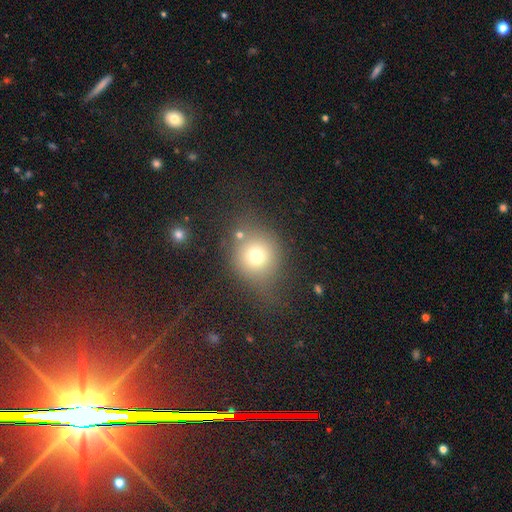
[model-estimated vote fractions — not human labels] smooth 71%, star or artifact 15%, featured or disk 14%. Down the decision tree: how rounded — round (79%); merging — none (59%).